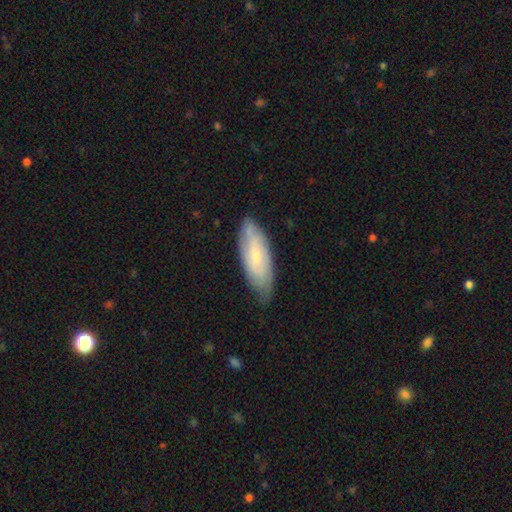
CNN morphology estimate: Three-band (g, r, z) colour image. It shows a smooth galaxy with no disk features (55%) that is in between round and cigar-shaped (69%). Merging: none (69%).